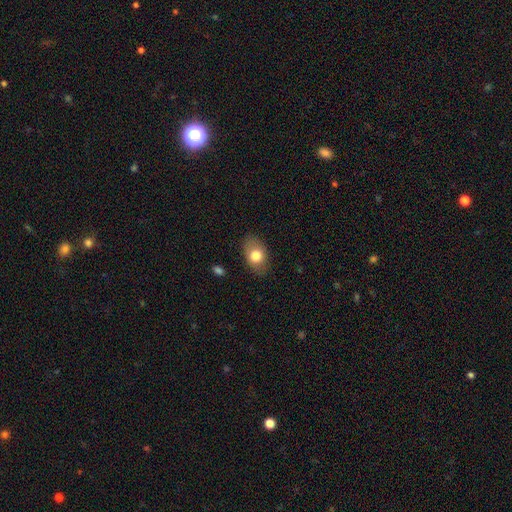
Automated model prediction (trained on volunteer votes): Overall: smooth (77%). How rounded: in between (79%). Merging: none (79%).